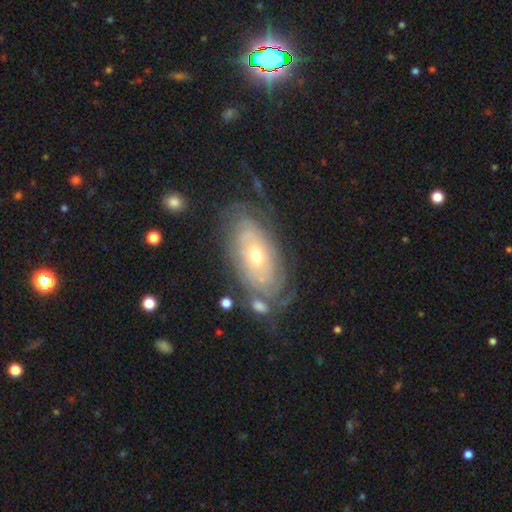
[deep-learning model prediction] Smooth or featured: featured or disk — 77% (smooth — 15%)
Edge-on disk: no — 92% (yes — 8%)
Bar: no — 82% (weak — 14%)
Spiral arms: yes — 84% (no — 16%)
Spiral winding: tight — 78% (medium — 15%)
Spiral arm count: can't tell — 59% (2 — 14%)
Bulge size: moderate — 53% (small — 43%)
Merging: none — 67% (minor disturbance — 19%)